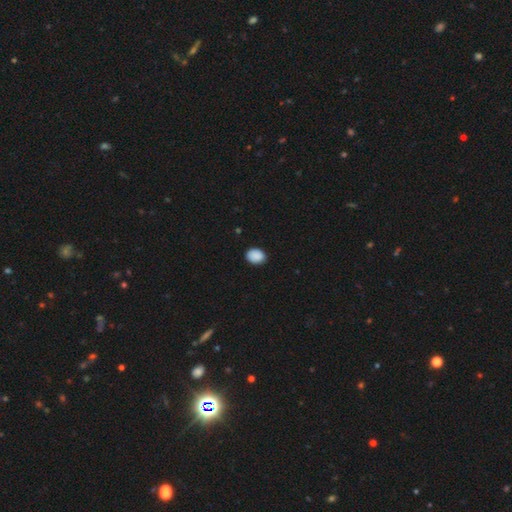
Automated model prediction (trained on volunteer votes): Q: Smooth or featured?
A: smooth (89%); runner-up: star or artifact (8%)
Q: How rounded?
A: in between (61%); runner-up: round (38%)
Q: Merging?
A: none (85%); runner-up: minor disturbance (12%)